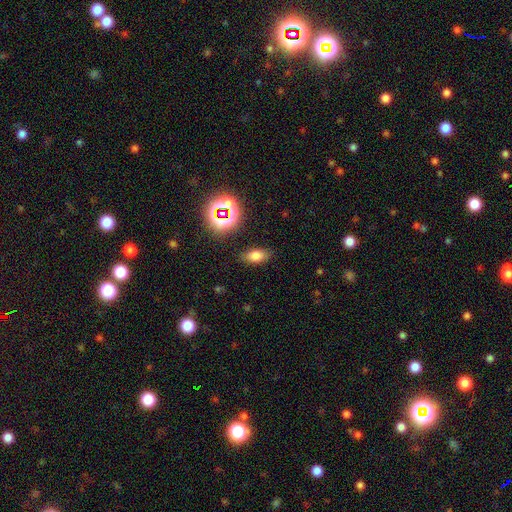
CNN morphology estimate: Smooth or featured? smooth (71%)
How rounded? in between (86%)
Merging? none (84%)